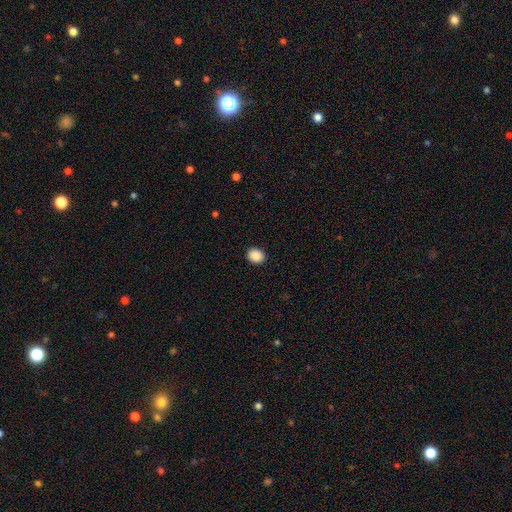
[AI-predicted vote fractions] A smooth galaxy with no disk features (89%) that is round (64%).

Vote fractions:
- Smooth or featured? smooth: 89% / star or artifact: 8% / featured or disk: 3%
- How rounded? round: 64% / in between: 35% / cigar-shaped: 1%
- Merging? none: 92% / minor disturbance: 6% / major disturbance: 2% / merger: 1%